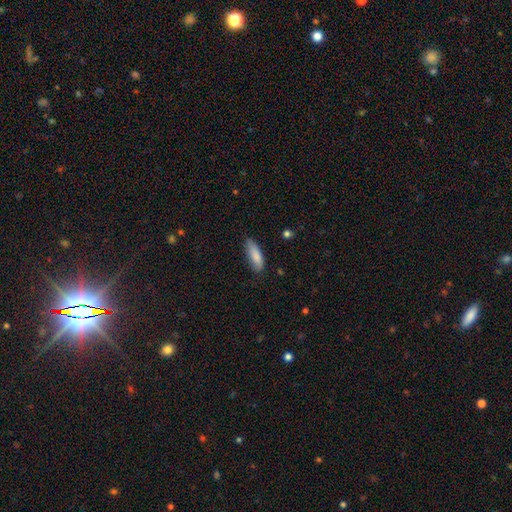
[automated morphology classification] This is clearly a smooth galaxy (86%). How rounded: possibly in between (58%). Merging: likely none (73%).